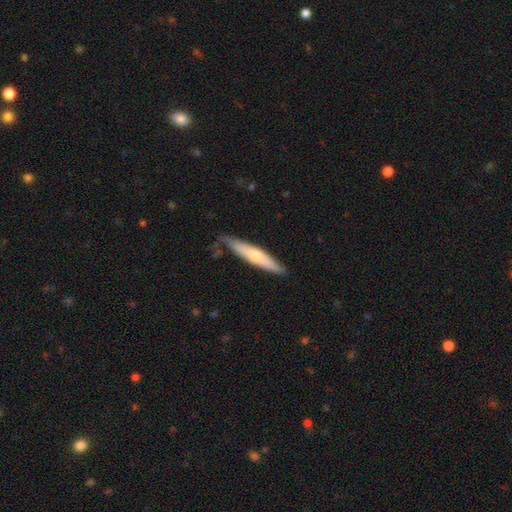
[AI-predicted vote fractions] Smooth or featured?
  - smooth: 57% *
  - featured or disk: 38%
  - star or artifact: 5%
How rounded?
  - cigar-shaped: 88% *
  - in between: 10%
  - round: 1%
Merging?
  - none: 73% *
  - minor disturbance: 21%
  - major disturbance: 4%
  - merger: 3%